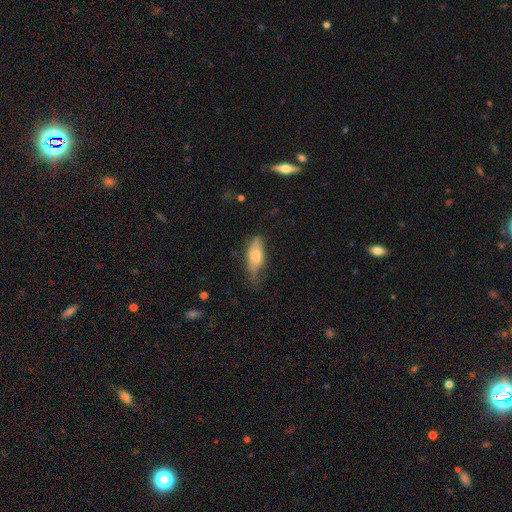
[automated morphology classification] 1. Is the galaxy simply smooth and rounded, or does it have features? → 69% smooth, 25% featured or disk, 7% star or artifact.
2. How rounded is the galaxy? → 74% in between, 24% cigar-shaped, 3% round.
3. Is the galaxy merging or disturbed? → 42% none, 40% minor disturbance, 16% major disturbance, 2% merger.